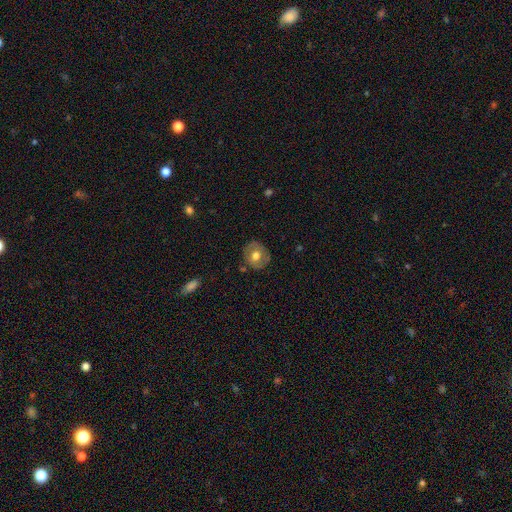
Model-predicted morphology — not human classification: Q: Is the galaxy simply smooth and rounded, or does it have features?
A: smooth — 60%.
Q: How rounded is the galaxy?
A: round — 82%.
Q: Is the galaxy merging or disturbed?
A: none — 83%.